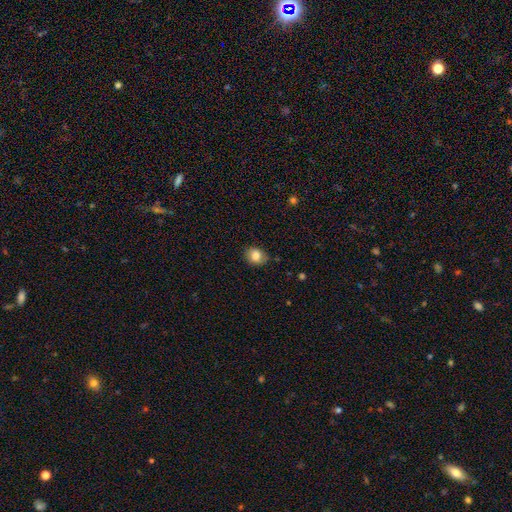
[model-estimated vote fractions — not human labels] This is clearly a smooth galaxy (81%). How rounded: possibly round (53%). Merging: likely none (79%).